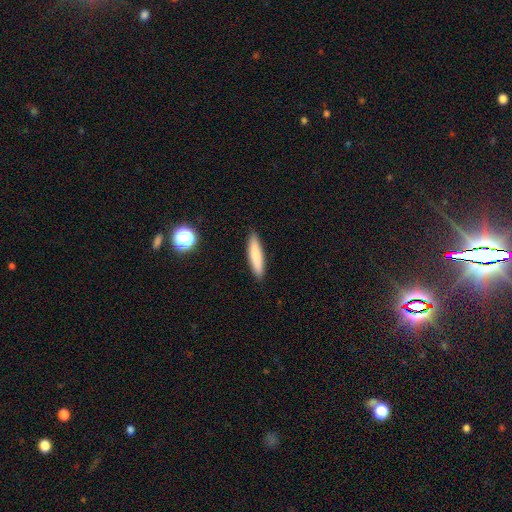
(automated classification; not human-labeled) This is clearly a smooth galaxy (82%). How rounded: clearly cigar-shaped (83%). Merging: clearly none (90%).